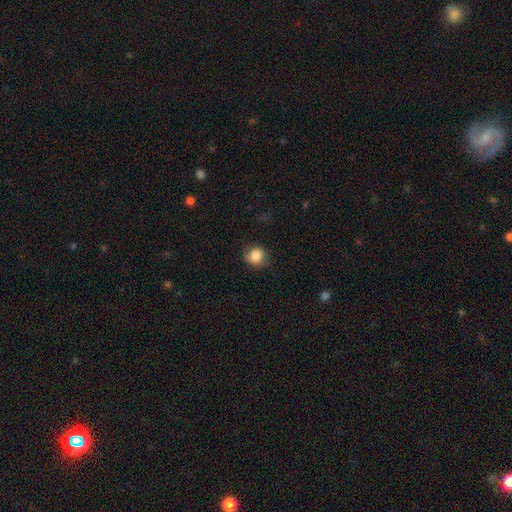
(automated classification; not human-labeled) Q: Smooth or featured?
A: smooth (85%); runner-up: star or artifact (9%)
Q: How rounded?
A: round (80%); runner-up: in between (19%)
Q: Merging?
A: none (71%); runner-up: minor disturbance (21%)